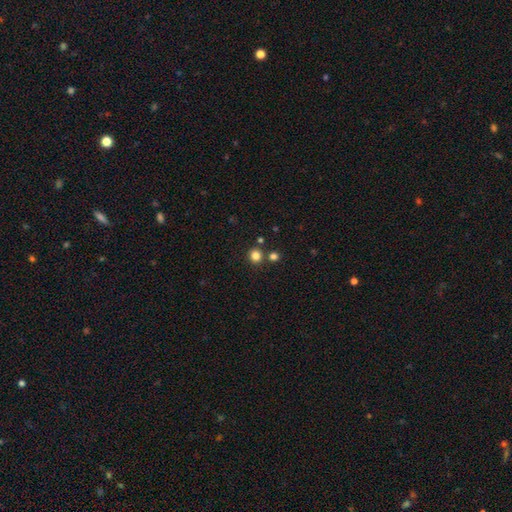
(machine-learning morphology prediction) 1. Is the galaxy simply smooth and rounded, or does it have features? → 82% smooth, 14% star or artifact, 4% featured or disk.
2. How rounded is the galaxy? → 89% round, 10% in between, 1% cigar-shaped.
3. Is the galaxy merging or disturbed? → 80% none, 11% merger, 6% minor disturbance, 2% major disturbance.